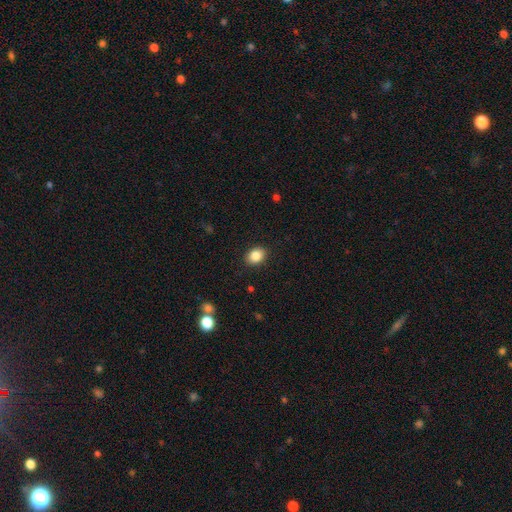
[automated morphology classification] Smooth or featured: smooth — 85% (star or artifact — 9%)
How rounded: in between — 57% (round — 42%)
Merging: none — 89% (minor disturbance — 8%)